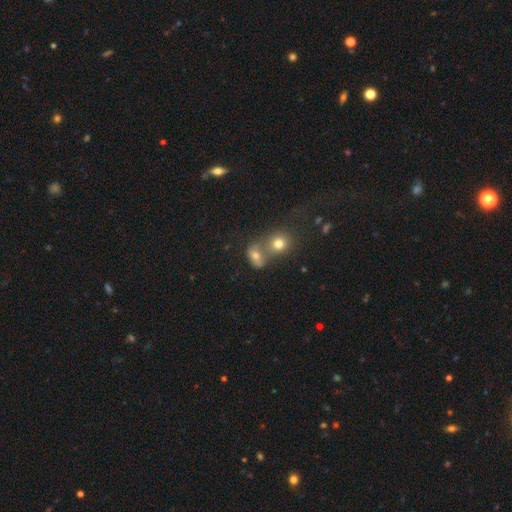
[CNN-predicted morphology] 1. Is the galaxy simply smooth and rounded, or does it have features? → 69% smooth, 16% star or artifact, 15% featured or disk.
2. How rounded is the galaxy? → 55% in between, 43% round, 2% cigar-shaped.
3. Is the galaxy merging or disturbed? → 55% merger, 30% none, 9% minor disturbance, 6% major disturbance.